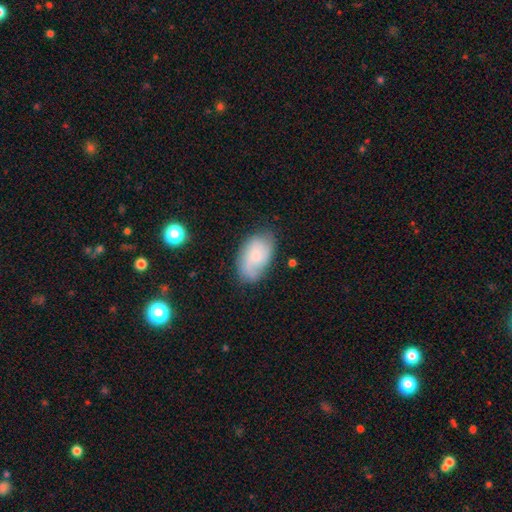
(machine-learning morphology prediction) Smooth or featured?
  - smooth: 58% *
  - featured or disk: 34%
  - star or artifact: 8%
How rounded?
  - in between: 92% *
  - round: 6%
  - cigar-shaped: 2%
Merging?
  - none: 67% *
  - minor disturbance: 24%
  - major disturbance: 7%
  - merger: 2%